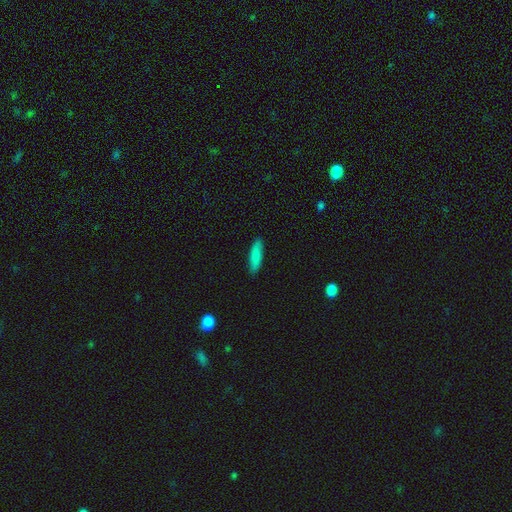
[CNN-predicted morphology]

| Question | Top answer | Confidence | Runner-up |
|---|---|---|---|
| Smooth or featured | smooth | 85% | featured or disk (9%) |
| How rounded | cigar-shaped | 67% | in between (32%) |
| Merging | none | 87% | minor disturbance (10%) |